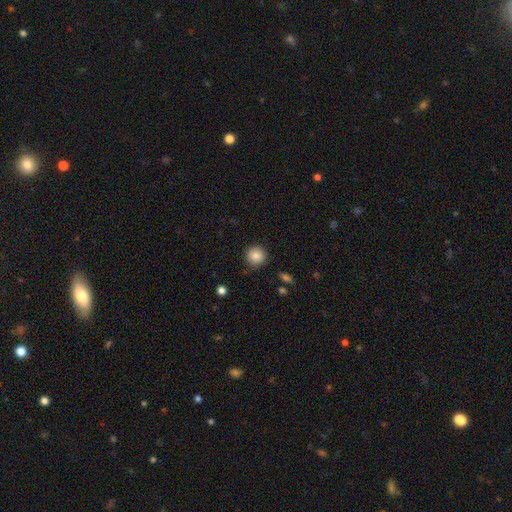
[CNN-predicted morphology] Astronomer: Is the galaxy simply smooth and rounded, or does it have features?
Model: smooth — 86%.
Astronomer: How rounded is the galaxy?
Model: round — 93%.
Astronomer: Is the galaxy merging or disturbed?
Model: none — 88%.